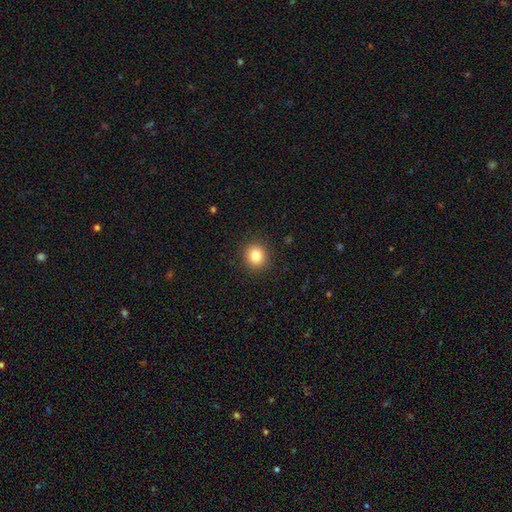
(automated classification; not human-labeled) smooth_or_featured: smooth (p=0.83) [alt: star or artifact p=0.11]
how_rounded: round (p=0.88) [alt: in between p=0.11]
merging: none (p=0.91) [alt: minor disturbance p=0.06]